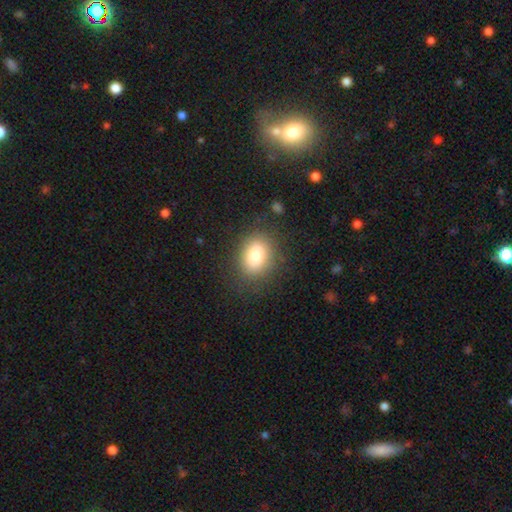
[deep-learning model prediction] This is likely a smooth galaxy (79%). How rounded: possibly in between (59%). Merging: clearly none (83%).